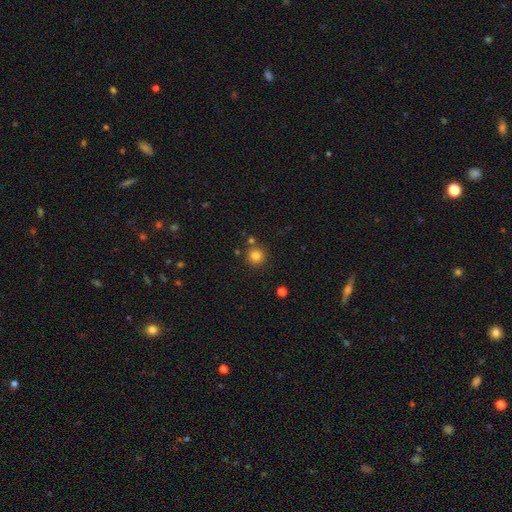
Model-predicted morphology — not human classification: smooth-or-featured: smooth: 82% | star or artifact: 13% | featured or disk: 6%
  how-rounded: round: 95% | in between: 5% | cigar-shaped: 1%
  merging: none: 83% | minor disturbance: 8% | merger: 7% | major disturbance: 2%